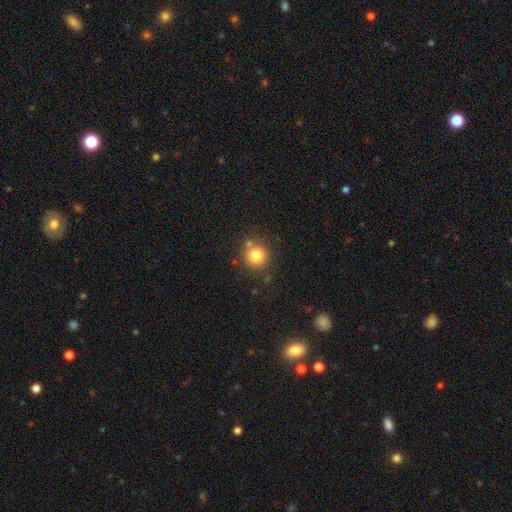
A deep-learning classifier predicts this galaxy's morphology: type=smooth (81%); roundness=round (93%); merging=none (79%).